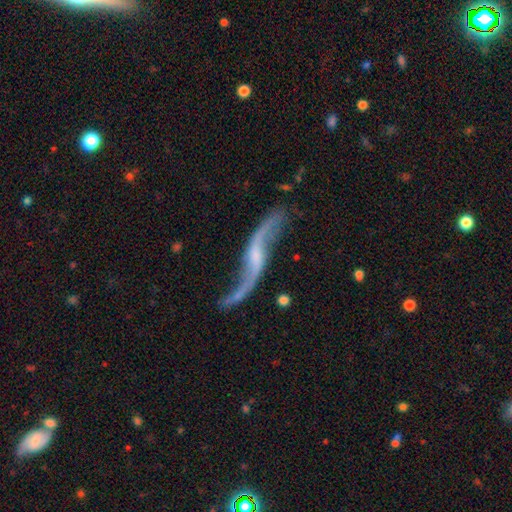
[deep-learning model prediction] This appears to be a featured or disk galaxy (89%) with a weak bar (42%), 2 (94%) loose (94%) spiral arms (95%) and a small central bulge (44%). Merging: none (68%).